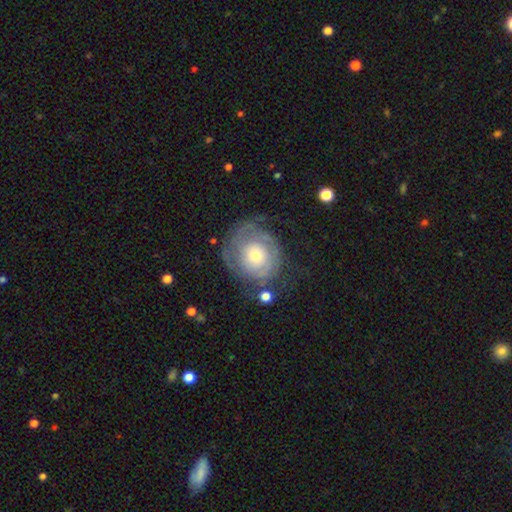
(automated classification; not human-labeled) A featured or disk galaxy (68%) with no bar (86%), spiral arms (72%) and a moderate central bulge (49%). Merging: none (60%).